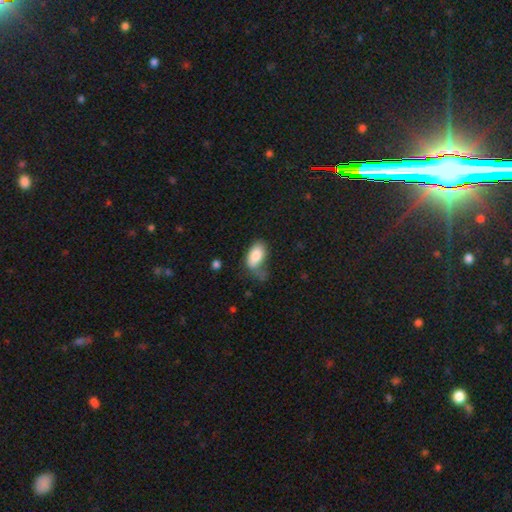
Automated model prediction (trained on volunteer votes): smooth_or_featured: smooth (p=0.82) [alt: featured or disk p=0.11]
how_rounded: in between (p=0.93) [alt: round p=0.04]
merging: none (p=0.37) [alt: minor disturbance p=0.30]